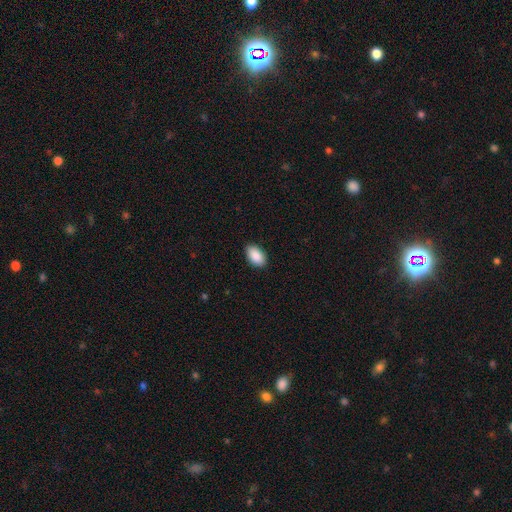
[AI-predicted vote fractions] A smooth galaxy with no disk features (91%) that is in between round and cigar-shaped (95%).

Vote fractions:
- Smooth or featured? smooth: 91% / star or artifact: 6% / featured or disk: 3%
- How rounded? in between: 95% / round: 4% / cigar-shaped: 1%
- Merging? none: 89% / minor disturbance: 9% / major disturbance: 2% / merger: 1%